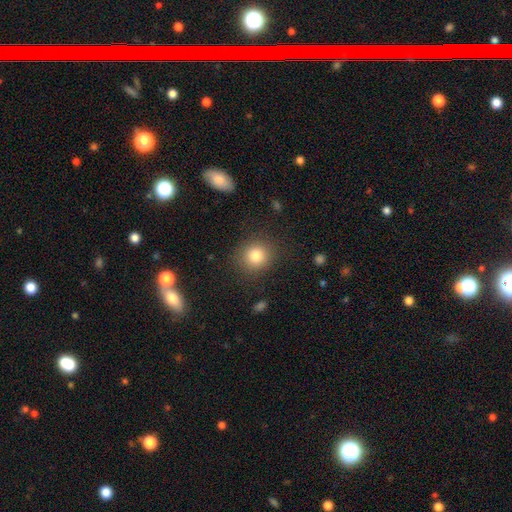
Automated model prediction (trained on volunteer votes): smooth-or-featured: smooth: 82% | star or artifact: 11% | featured or disk: 8%
  how-rounded: round: 86% | in between: 13% | cigar-shaped: 1%
  merging: none: 86% | minor disturbance: 9% | major disturbance: 4% | merger: 1%